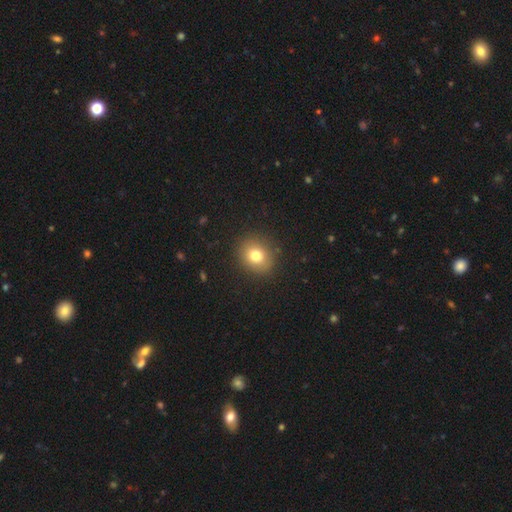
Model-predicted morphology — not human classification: The model was most divided on "how rounded": round: 73%, in between: 26%, cigar-shaped: 1%. More confident: merging — none (88%); smooth or featured — smooth (77%).